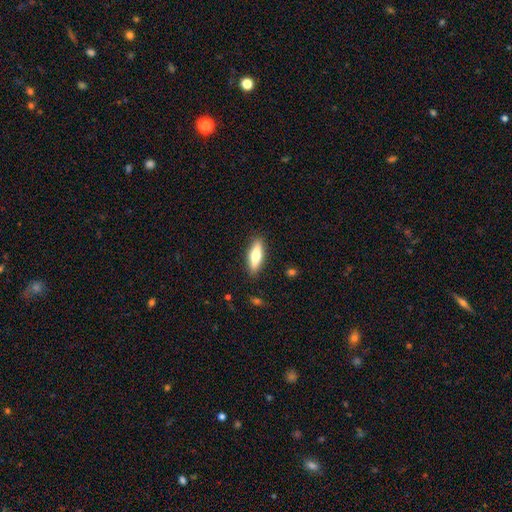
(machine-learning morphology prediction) smooth-or-featured: smooth: 65% | featured or disk: 29% | star or artifact: 6%
  how-rounded: in between: 50% | cigar-shaped: 48% | round: 2%
  merging: none: 88% | minor disturbance: 9% | major disturbance: 2% | merger: 1%